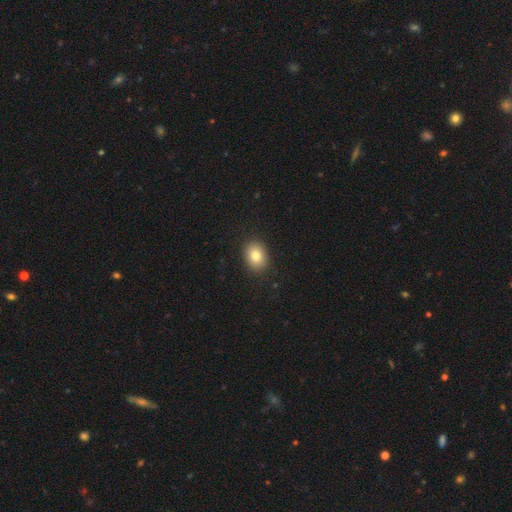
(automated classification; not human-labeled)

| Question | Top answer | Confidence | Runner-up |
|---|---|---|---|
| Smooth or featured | smooth | 82% | star or artifact (10%) |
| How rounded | in between | 62% | round (38%) |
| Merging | none | 89% | minor disturbance (8%) |